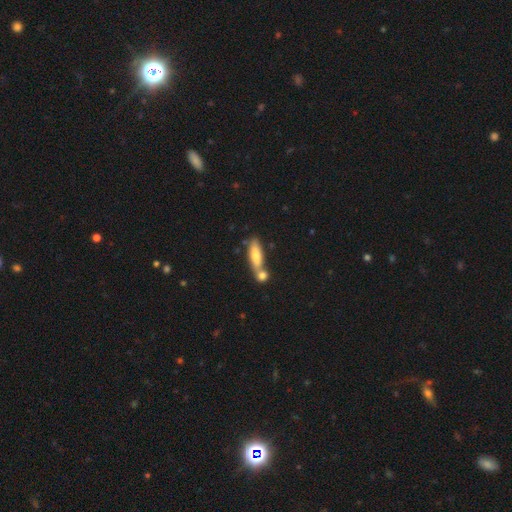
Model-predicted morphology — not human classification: smooth_or_featured: smooth (p=0.66) [alt: featured or disk p=0.26]
how_rounded: cigar-shaped (p=0.57) [alt: in between p=0.41]
merging: none (p=0.48) [alt: merger p=0.37]